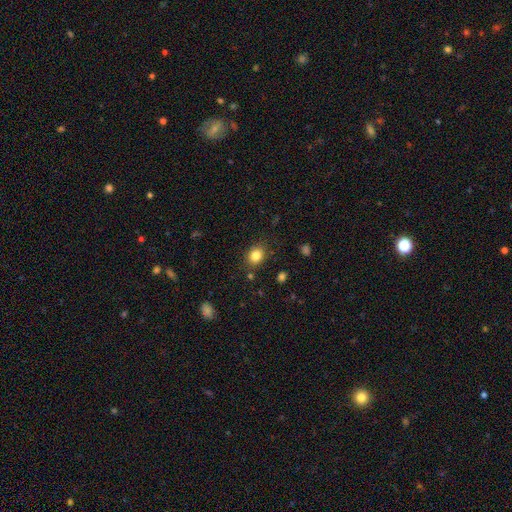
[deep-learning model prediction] Smooth or featured: smooth — 83% (star or artifact — 11%)
How rounded: round — 56% (in between — 43%)
Merging: none — 83% (minor disturbance — 11%)